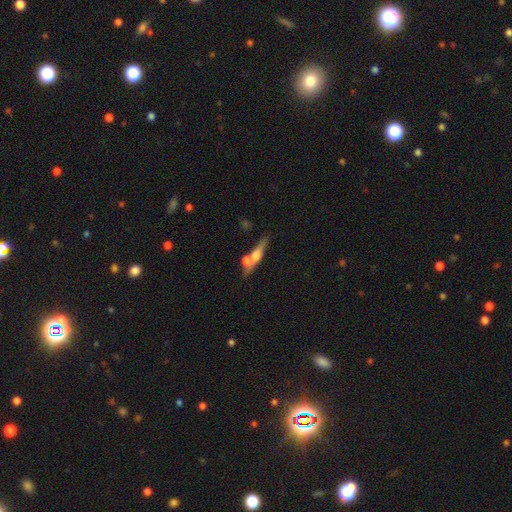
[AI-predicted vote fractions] A featured or disk galaxy (54%) viewed edge-on (83%). Merging: none (50%).